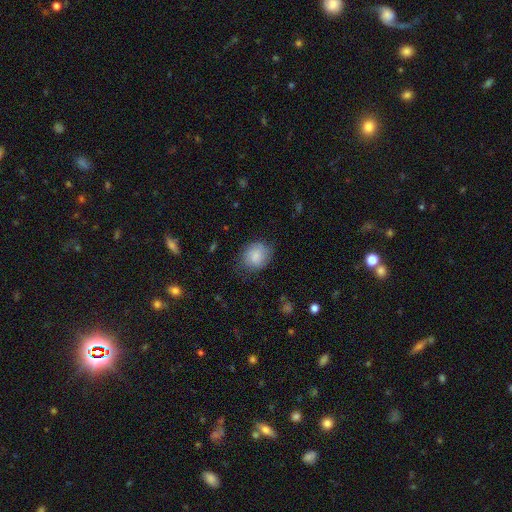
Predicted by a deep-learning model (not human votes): Q: Smooth or featured?
A: smooth (80%); runner-up: featured or disk (13%)
Q: How rounded?
A: round (60%); runner-up: in between (39%)
Q: Merging?
A: none (70%); runner-up: minor disturbance (22%)